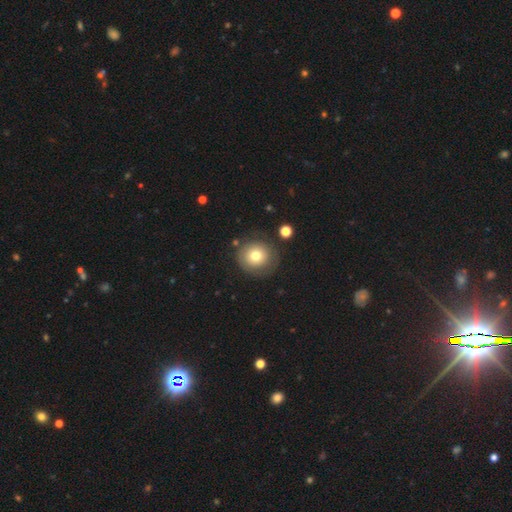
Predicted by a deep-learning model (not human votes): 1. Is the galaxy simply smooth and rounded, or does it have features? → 70% smooth, 19% featured or disk, 10% star or artifact.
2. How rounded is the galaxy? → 91% round, 8% in between, 1% cigar-shaped.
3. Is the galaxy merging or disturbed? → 79% none, 13% minor disturbance, 5% major disturbance, 3% merger.